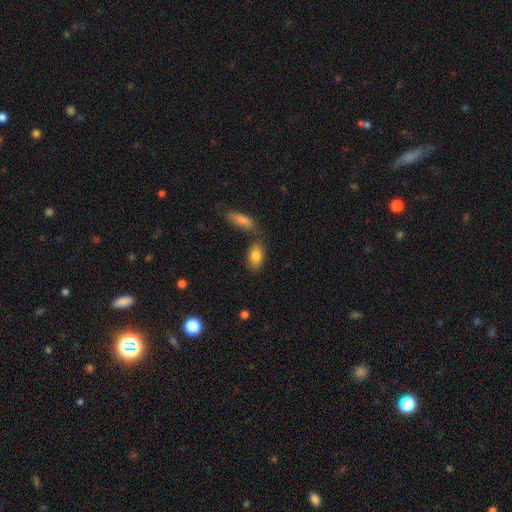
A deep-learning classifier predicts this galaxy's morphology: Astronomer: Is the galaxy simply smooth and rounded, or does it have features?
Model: smooth — 81%.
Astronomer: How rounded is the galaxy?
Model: in between — 87%.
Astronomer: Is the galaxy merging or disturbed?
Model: none — 64%.